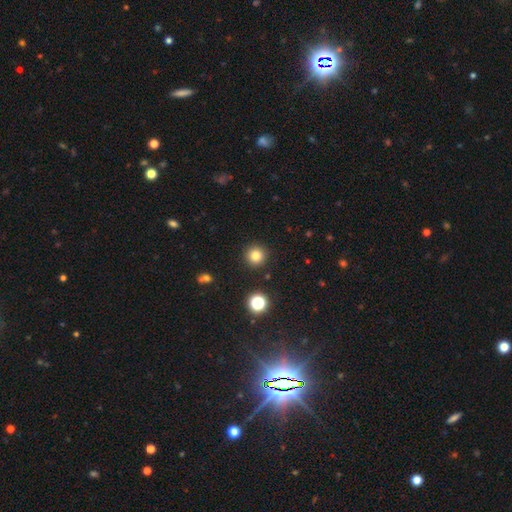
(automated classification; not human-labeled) The model was most divided on "smooth or featured": smooth: 80%, star or artifact: 14%, featured or disk: 6%. More confident: how rounded — round (95%); merging — none (91%).